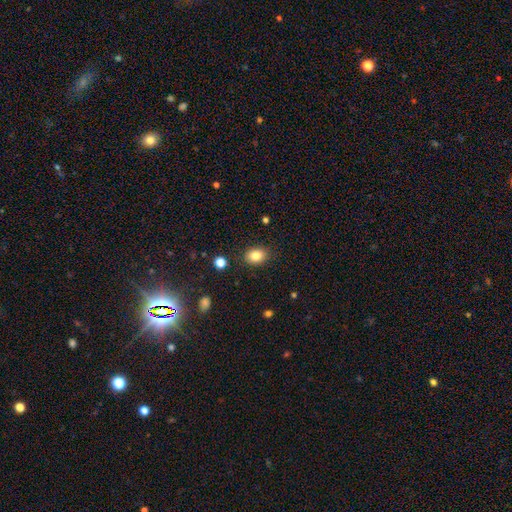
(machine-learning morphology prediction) smooth_or_featured: smooth (p=0.84) [alt: star or artifact p=0.10]
how_rounded: in between (p=0.65) [alt: round p=0.34]
merging: none (p=0.87) [alt: minor disturbance p=0.09]